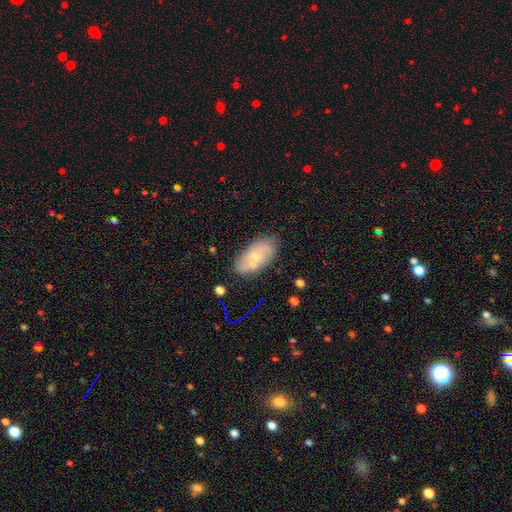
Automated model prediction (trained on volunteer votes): This appears to be a smooth galaxy with no disk features (55%) that is in between round and cigar-shaped (91%). Merging: none (67%).